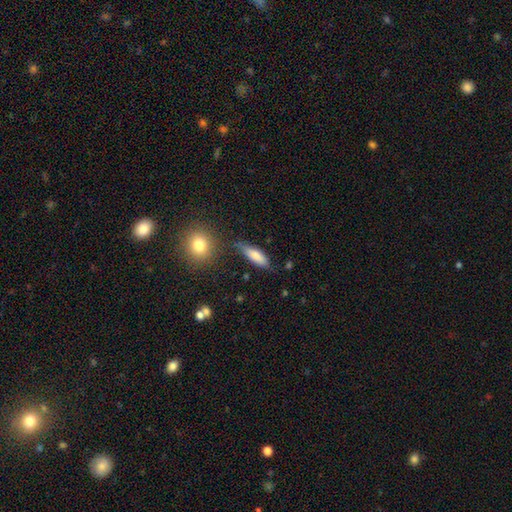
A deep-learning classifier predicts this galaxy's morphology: Smooth or featured: smooth — 76% (featured or disk — 16%)
How rounded: in between — 52% (cigar-shaped — 45%)
Merging: none — 70% (minor disturbance — 20%)